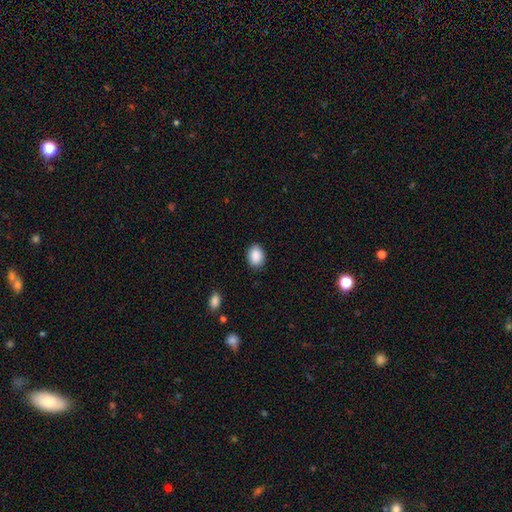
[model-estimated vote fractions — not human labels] Morphology: type=smooth (89%); roundness=in between (71%); merging=none (87%).